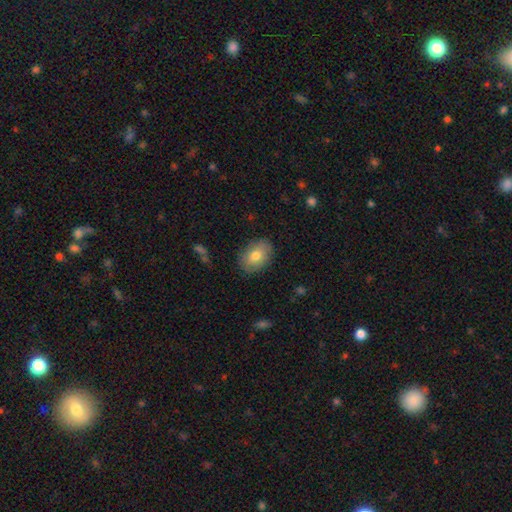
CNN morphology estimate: smooth-or-featured: smooth: 77% | featured or disk: 16% | star or artifact: 7%
  how-rounded: in between: 82% | round: 17% | cigar-shaped: 1%
  merging: none: 85% | minor disturbance: 11% | major disturbance: 3% | merger: 1%